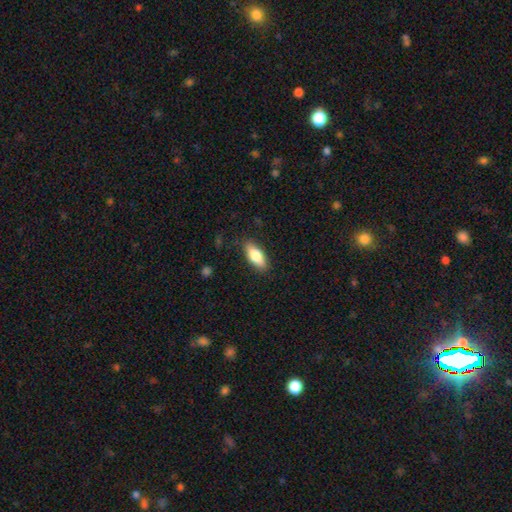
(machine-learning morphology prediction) smooth_or_featured: smooth (p=0.79) [alt: featured or disk p=0.15]
how_rounded: in between (p=0.80) [alt: cigar-shaped p=0.17]
merging: none (p=0.86) [alt: minor disturbance p=0.11]